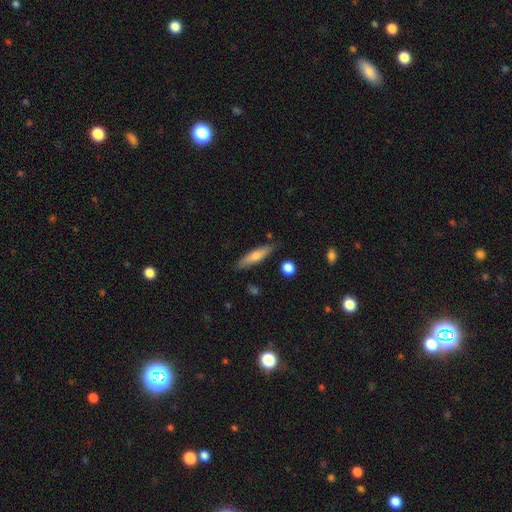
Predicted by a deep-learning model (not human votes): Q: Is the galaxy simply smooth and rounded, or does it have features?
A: smooth — 62%.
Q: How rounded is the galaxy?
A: cigar-shaped — 78%.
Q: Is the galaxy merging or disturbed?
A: none — 83%.